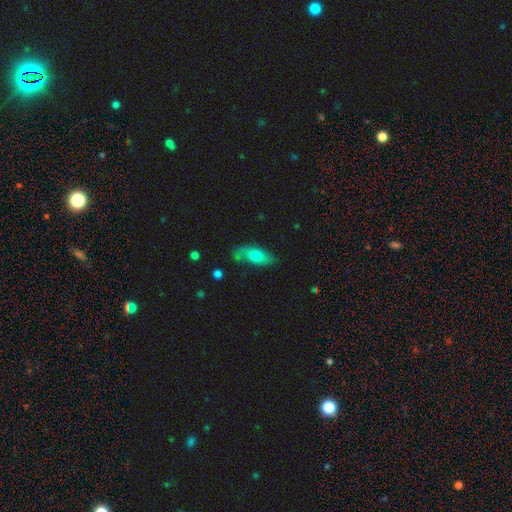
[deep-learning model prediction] Q: Smooth or featured?
A: smooth (70%); runner-up: featured or disk (24%)
Q: How rounded?
A: in between (77%); runner-up: cigar-shaped (19%)
Q: Merging?
A: none (63%); runner-up: minor disturbance (25%)